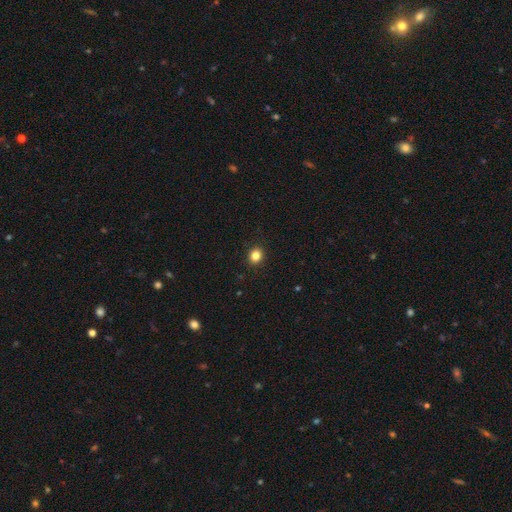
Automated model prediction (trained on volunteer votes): Smooth or featured? smooth (84%)
How rounded? round (75%)
Merging? none (92%)